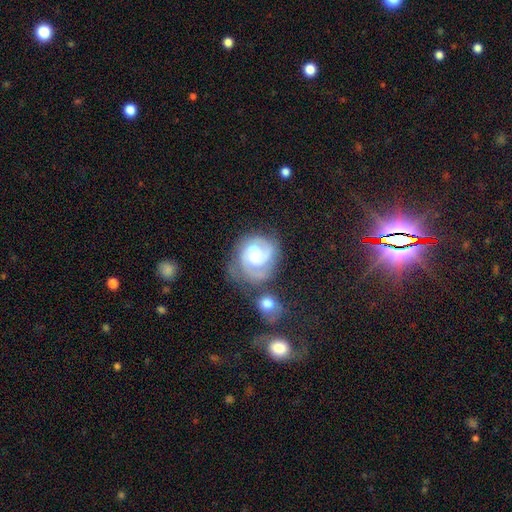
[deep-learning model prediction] Smooth or featured? Predicted: featured or disk (p=0.77). Edge-on disk? Predicted: no (p=0.98). Bar? Predicted: no (p=0.67). Spiral arms? Predicted: yes (p=0.95). Spiral winding? Predicted: tight (p=0.60). Spiral arm count? Predicted: 2 (p=0.51). Bulge size? Predicted: moderate (p=0.44). Merging? Predicted: none (p=0.47).